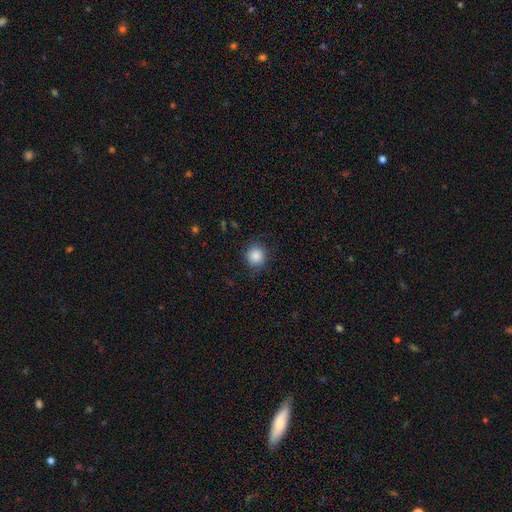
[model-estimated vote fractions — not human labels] Smooth or featured: smooth — 87% (star or artifact — 9%)
How rounded: round — 90% (in between — 9%)
Merging: none — 85% (minor disturbance — 11%)